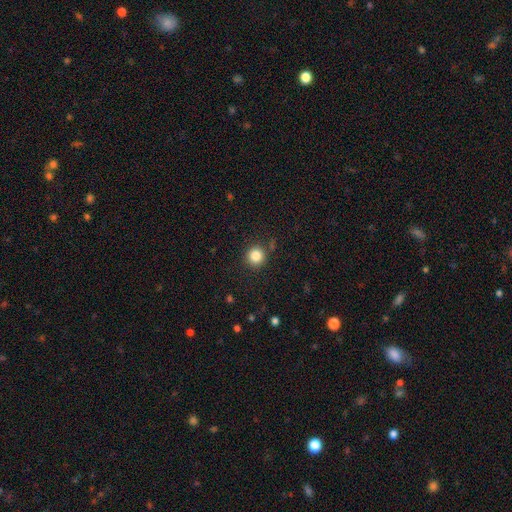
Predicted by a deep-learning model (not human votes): This appears to be a smooth galaxy with no disk features (84%) that is round (94%). Merging: none (88%).